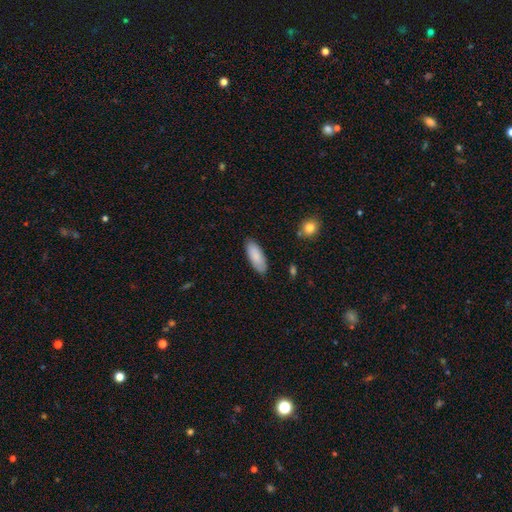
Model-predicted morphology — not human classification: Overall: smooth (86%). How rounded: in between (76%). Merging: none (85%).